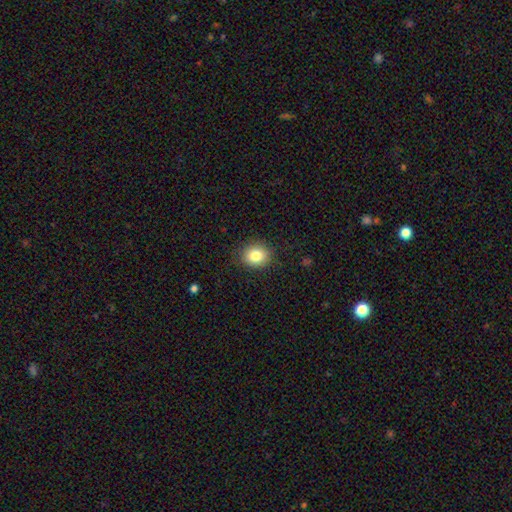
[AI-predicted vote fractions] smooth-or-featured: smooth: 84% | star or artifact: 10% | featured or disk: 7%
  how-rounded: round: 67% | in between: 32% | cigar-shaped: 1%
  merging: none: 88% | minor disturbance: 8% | major disturbance: 2% | merger: 1%